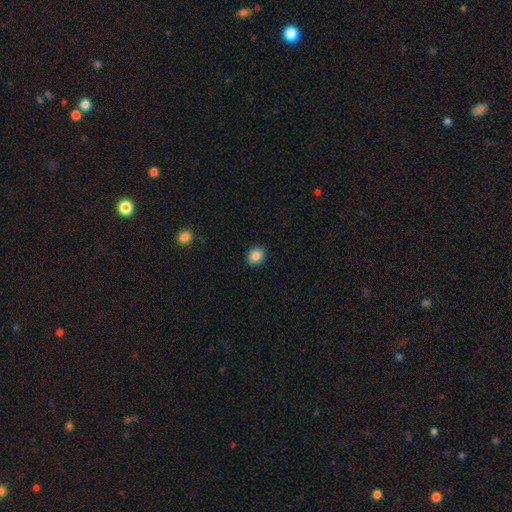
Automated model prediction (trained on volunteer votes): This appears to be a smooth galaxy with no disk features (87%) that is round (71%). Merging: none (90%).